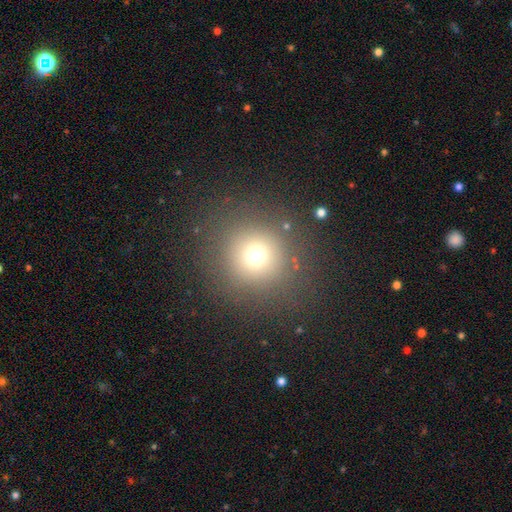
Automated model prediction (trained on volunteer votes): The model was most divided on "smooth or featured": smooth: 70%, star or artifact: 20%, featured or disk: 10%. More confident: how rounded — round (93%); merging — none (85%).